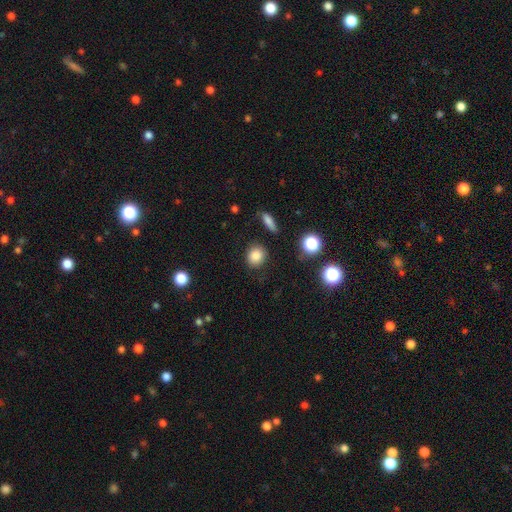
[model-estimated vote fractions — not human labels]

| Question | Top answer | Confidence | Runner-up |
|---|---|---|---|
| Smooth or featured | smooth | 84% | star or artifact (11%) |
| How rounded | round | 77% | in between (22%) |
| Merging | none | 85% | minor disturbance (10%) |